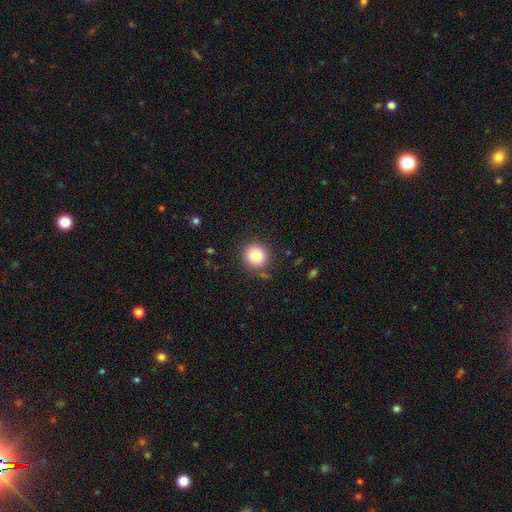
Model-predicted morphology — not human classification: Overall: smooth (82%). How rounded: round (92%). Merging: none (86%).